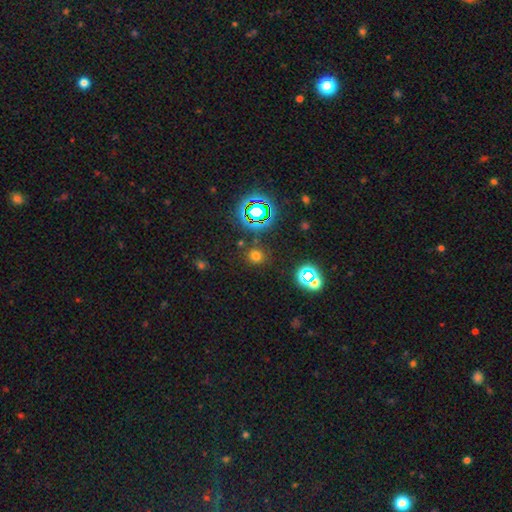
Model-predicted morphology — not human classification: type=smooth (64%); roundness=round (89%); merging=none (84%).